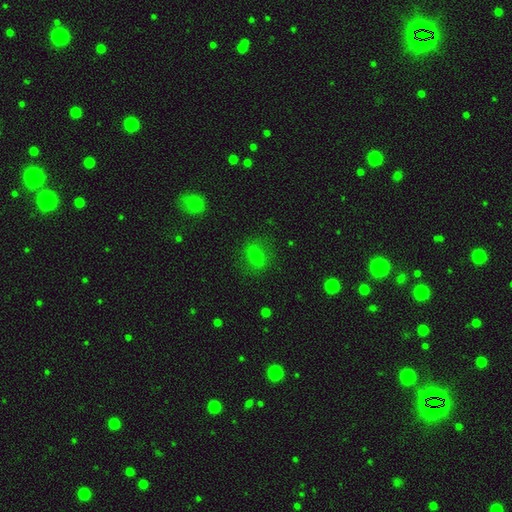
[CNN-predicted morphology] Smooth or featured?
  - smooth: 69% *
  - featured or disk: 17%
  - star or artifact: 14%
How rounded?
  - in between: 66% *
  - round: 30%
  - cigar-shaped: 4%
Merging?
  - none: 79% *
  - minor disturbance: 14%
  - major disturbance: 6%
  - merger: 1%